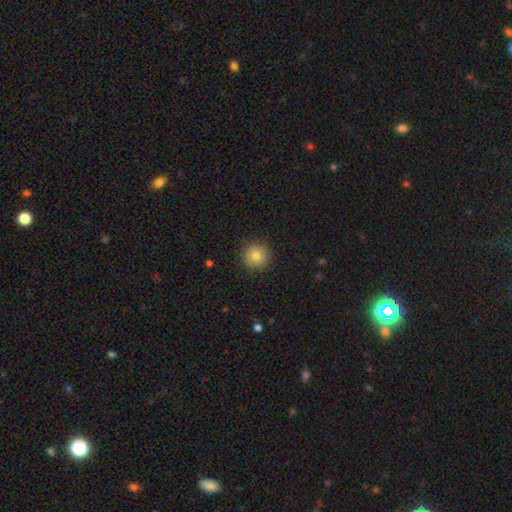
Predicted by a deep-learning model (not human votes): Smooth or featured? smooth (79%)
How rounded? round (96%)
Merging? none (90%)